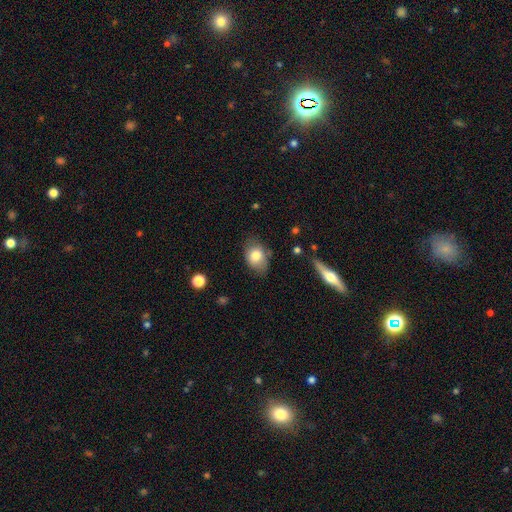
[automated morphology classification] type=smooth (79%); roundness=in between (74%); merging=none (64%).